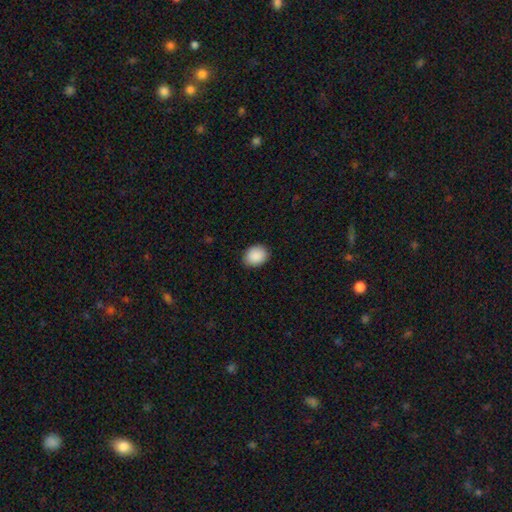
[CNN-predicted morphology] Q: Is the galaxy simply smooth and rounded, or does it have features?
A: smooth — 90%.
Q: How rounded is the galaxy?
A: round — 50%.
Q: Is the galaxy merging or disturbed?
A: none — 87%.